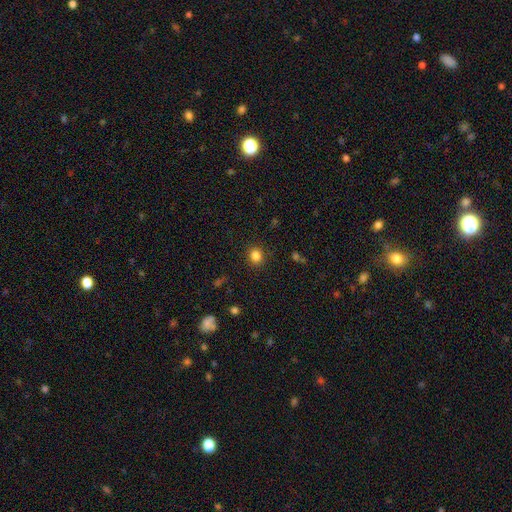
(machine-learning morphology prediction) This is clearly a smooth galaxy (84%). How rounded: likely round (79%). Merging: clearly none (89%).